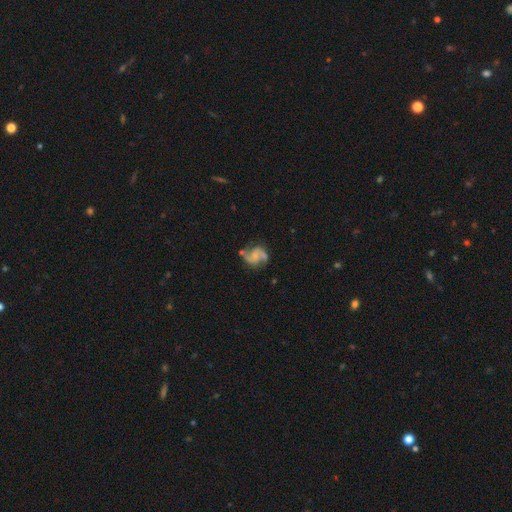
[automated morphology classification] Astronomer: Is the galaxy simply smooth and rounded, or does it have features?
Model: featured or disk — 84%.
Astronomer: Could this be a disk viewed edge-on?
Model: no — 98%.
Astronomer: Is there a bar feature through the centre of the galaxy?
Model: no — 57% (runner-up: weak, 35%).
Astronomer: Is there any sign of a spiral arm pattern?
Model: yes — 96%.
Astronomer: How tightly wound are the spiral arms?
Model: medium — 50% (runner-up: loose, 35%).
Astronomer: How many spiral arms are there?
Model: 2 — 90%.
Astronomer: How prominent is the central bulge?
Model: small — 52%.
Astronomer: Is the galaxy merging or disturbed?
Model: none — 66%.